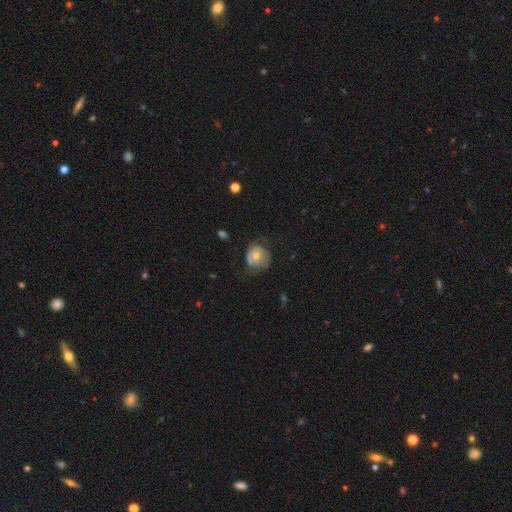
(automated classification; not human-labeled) Morphology: type=smooth (48%); merging=none (53%).